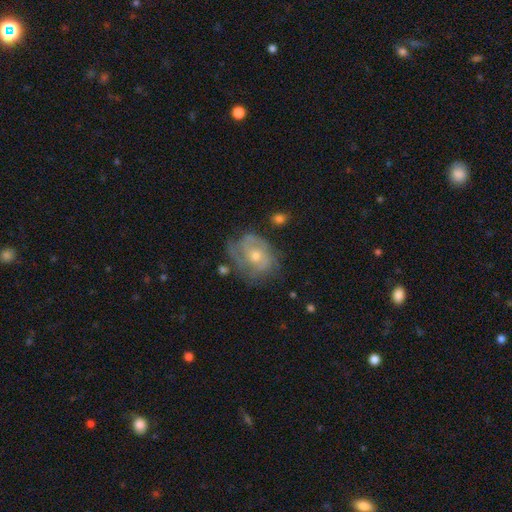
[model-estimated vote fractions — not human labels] Smooth or featured? Predicted: featured or disk (p=0.69). Edge-on disk? Predicted: no (p=0.97). Bar? Predicted: no (p=0.79). Spiral arms? Predicted: yes (p=0.76). Spiral winding? Predicted: tight (p=0.53). Spiral arm count? Predicted: can't tell (p=0.46). Bulge size? Predicted: moderate (p=0.54). Merging? Predicted: none (p=0.56).